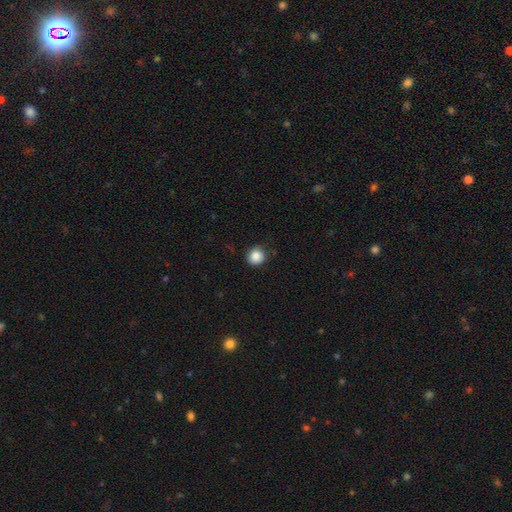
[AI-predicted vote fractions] smooth-or-featured: smooth: 86% | star or artifact: 10% | featured or disk: 4%
  how-rounded: round: 91% | in between: 8% | cigar-shaped: 1%
  merging: none: 87% | minor disturbance: 10% | major disturbance: 2% | merger: 1%